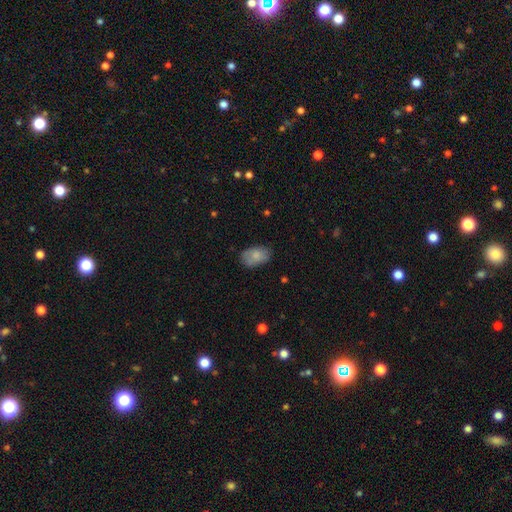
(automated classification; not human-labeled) A smooth galaxy with no disk features (82%) that is in between round and cigar-shaped (90%).

Vote fractions:
- Smooth or featured? smooth: 82% / featured or disk: 11% / star or artifact: 7%
- How rounded? in between: 90% / round: 9% / cigar-shaped: 1%
- Merging? none: 73% / minor disturbance: 21% / major disturbance: 5% / merger: 1%